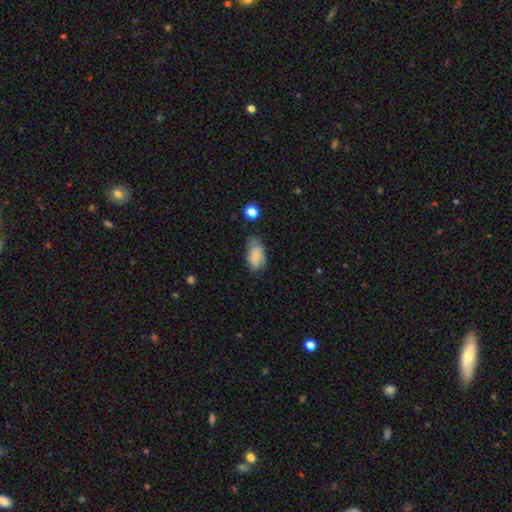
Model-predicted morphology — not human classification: Overall: smooth (76%). How rounded: in between (92%). Merging: none (59%; minor disturbance 30%).